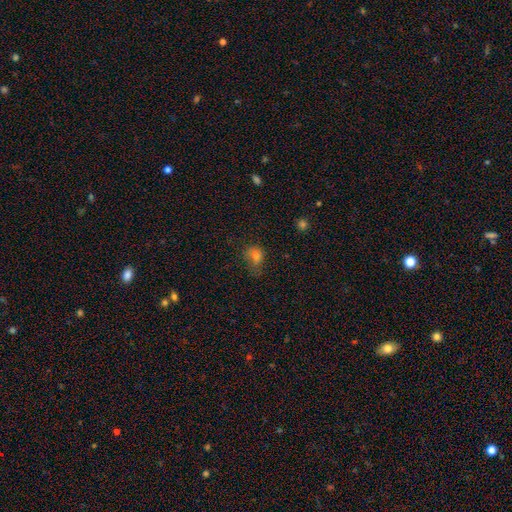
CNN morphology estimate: Smooth or featured? Predicted: smooth (p=0.71). How rounded? Predicted: round (p=0.50). Merging? Predicted: none (p=0.45).